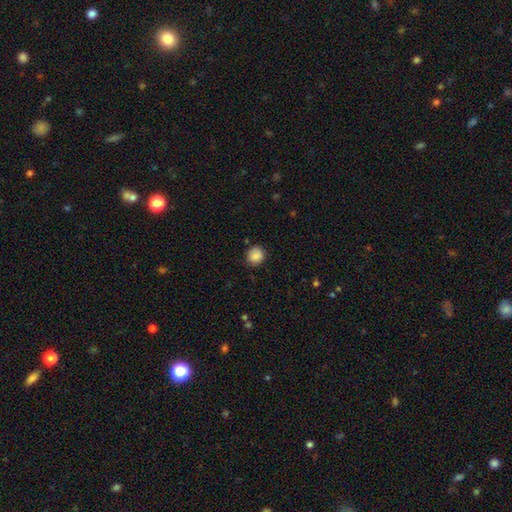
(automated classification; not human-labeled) Overall: smooth (87%). How rounded: round (87%). Merging: none (82%).